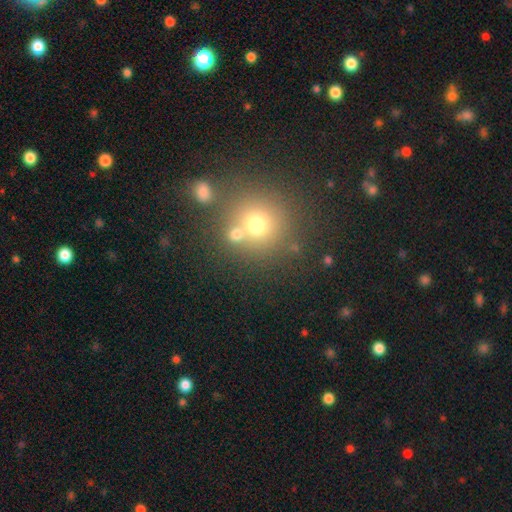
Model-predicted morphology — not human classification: A smooth galaxy with no disk features (59%) that is round (90%).

Vote fractions:
- Smooth or featured? smooth: 59% / star or artifact: 28% / featured or disk: 13%
- How rounded? round: 90% / in between: 9% / cigar-shaped: 1%
- Merging? none: 67% / merger: 21% / minor disturbance: 8% / major disturbance: 4%